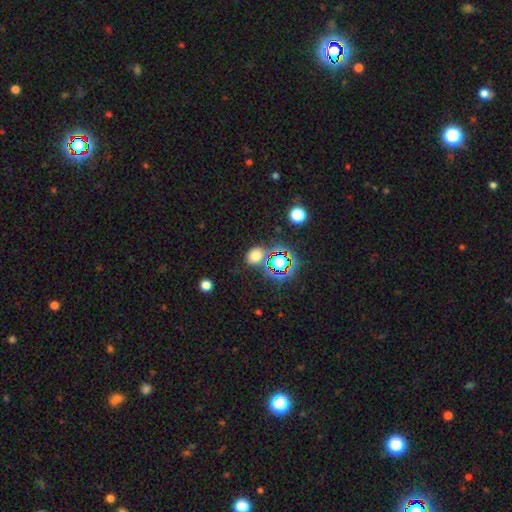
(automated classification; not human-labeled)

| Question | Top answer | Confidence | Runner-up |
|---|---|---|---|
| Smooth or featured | smooth | 66% | star or artifact (27%) |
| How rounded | in between | 54% | round (44%) |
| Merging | none | 75% | minor disturbance (13%) |